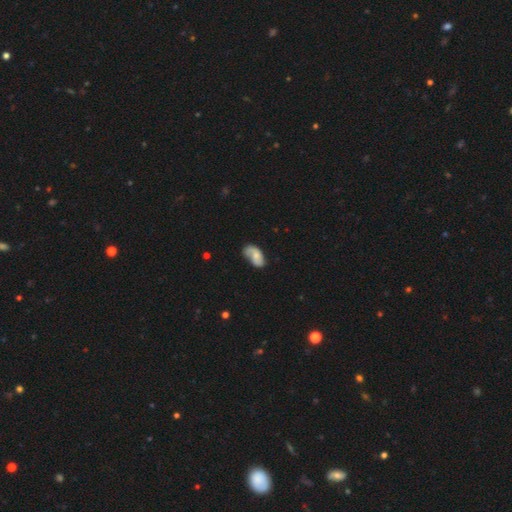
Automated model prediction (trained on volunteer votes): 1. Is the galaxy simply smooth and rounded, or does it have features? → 49% smooth, 44% featured or disk, 8% star or artifact.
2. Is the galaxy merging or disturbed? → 44% none, 32% minor disturbance, 18% major disturbance, 6% merger.